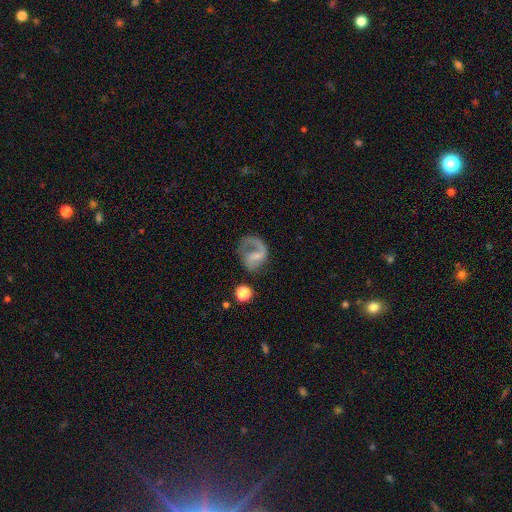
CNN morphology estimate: Smooth or featured: featured or disk — 72% (smooth — 20%)
Edge-on disk: no — 98% (yes — 2%)
Bar: weak — 44% (no — 41%)
Spiral arms: yes — 88% (no — 12%)
Spiral winding: loose — 48% (medium — 39%)
Spiral arm count: 1 — 56% (2 — 37%)
Bulge size: none — 43% (small — 38%)
Merging: none — 43% (major disturbance — 34%)